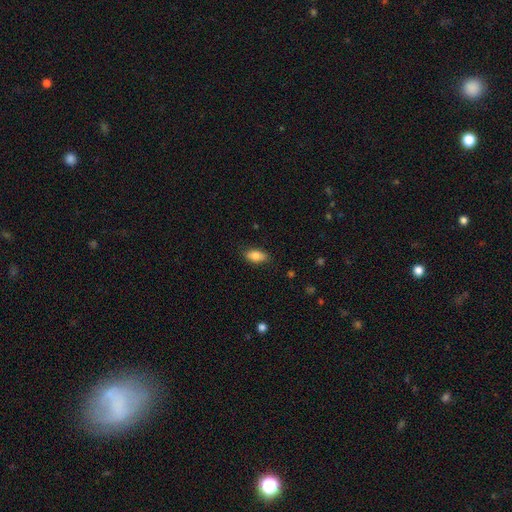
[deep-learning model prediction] Morphology: type=smooth (82%); roundness=in between (89%); merging=none (83%).